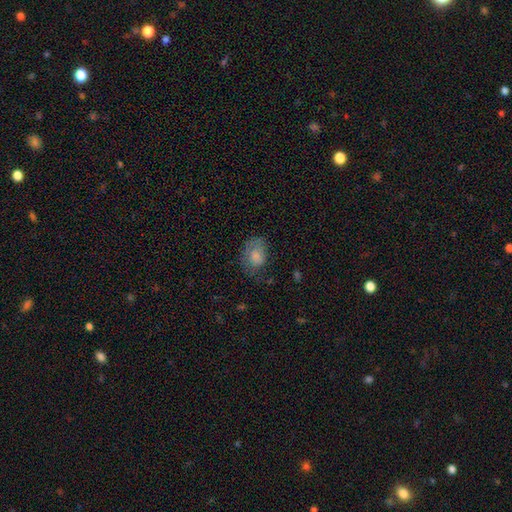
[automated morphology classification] Smooth or featured? Predicted: smooth (p=0.71). How rounded? Predicted: in between (p=0.71). Merging? Predicted: none (p=0.46).